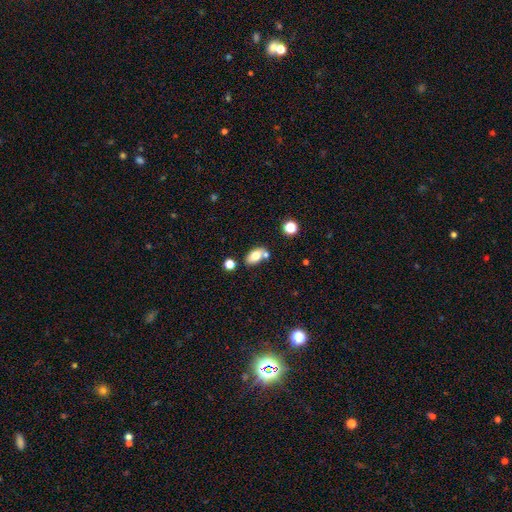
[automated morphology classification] smooth 74%, featured or disk 17%, star or artifact 9%. Down the decision tree: how rounded — in between (88%); merging — none (60%).